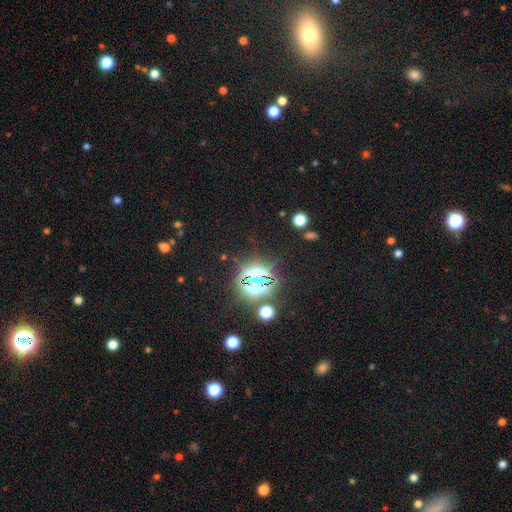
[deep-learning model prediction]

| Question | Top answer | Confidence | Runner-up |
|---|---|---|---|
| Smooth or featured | star or artifact | 81% | smooth (12%) |